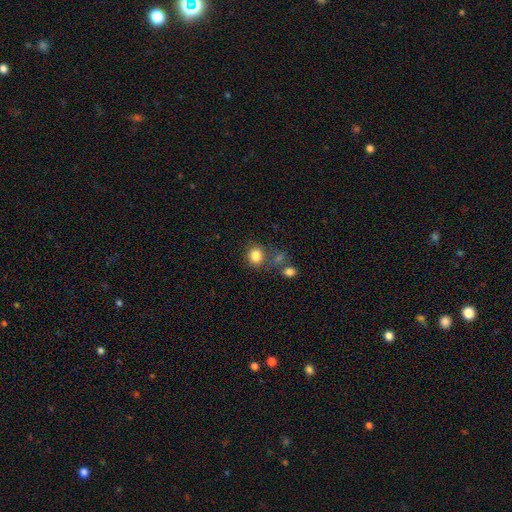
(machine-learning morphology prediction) smooth_or_featured: smooth (p=0.84) [alt: star or artifact p=0.11]
how_rounded: round (p=0.75) [alt: in between p=0.24]
merging: none (p=0.68) [alt: merger p=0.13]